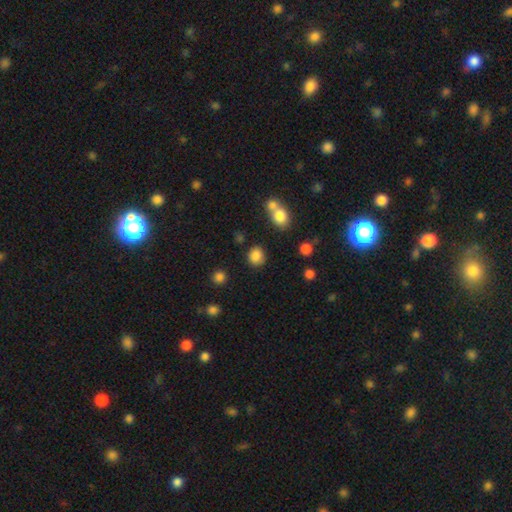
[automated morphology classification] Overall: smooth (84%). How rounded: round (73%). Merging: none (78%).